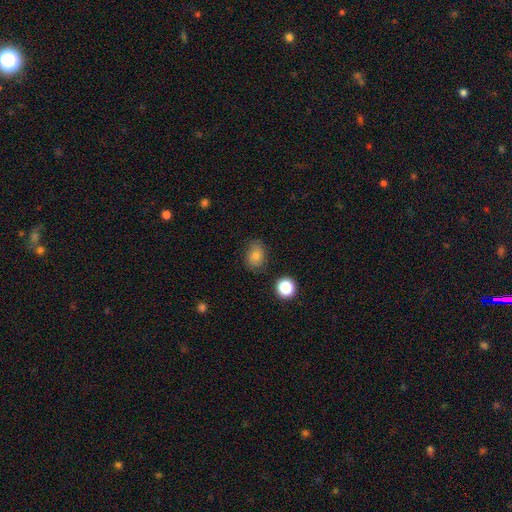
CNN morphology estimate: smooth_or_featured: smooth (p=0.78) [alt: star or artifact p=0.13]
how_rounded: in between (p=0.61) [alt: round p=0.37]
merging: none (p=0.79) [alt: minor disturbance p=0.15]